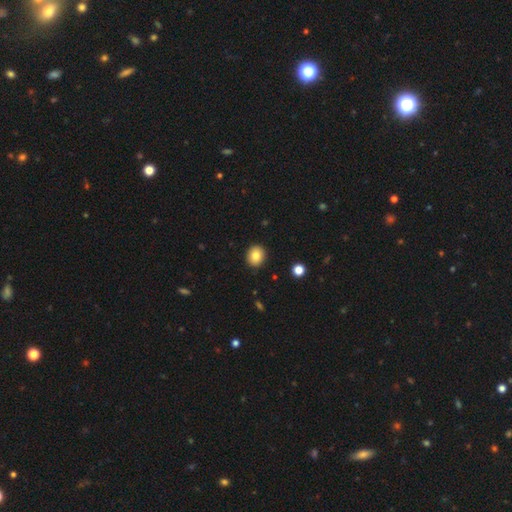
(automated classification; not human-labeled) Smooth or featured? Predicted: smooth (p=0.83). How rounded? Predicted: round (p=0.74). Merging? Predicted: none (p=0.91).